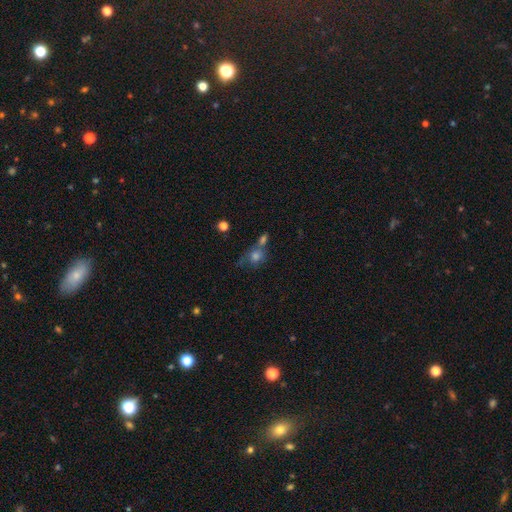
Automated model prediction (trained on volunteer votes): A smooth galaxy with no disk features (59%) that is round (67%). Merging: merger (38%).